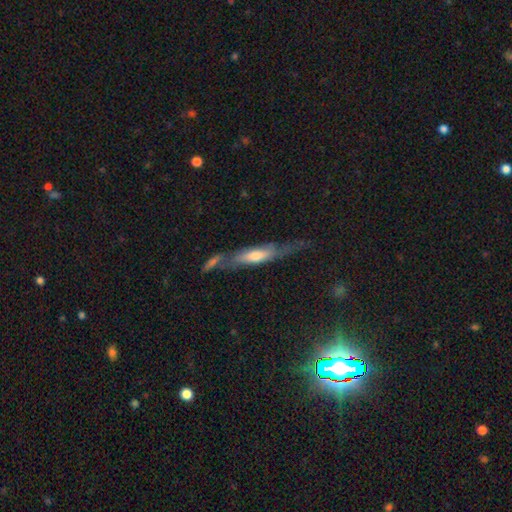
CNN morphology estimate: Smooth or featured? featured or disk (56%)
Edge-on disk? yes (71%)
Merging? none (48%)